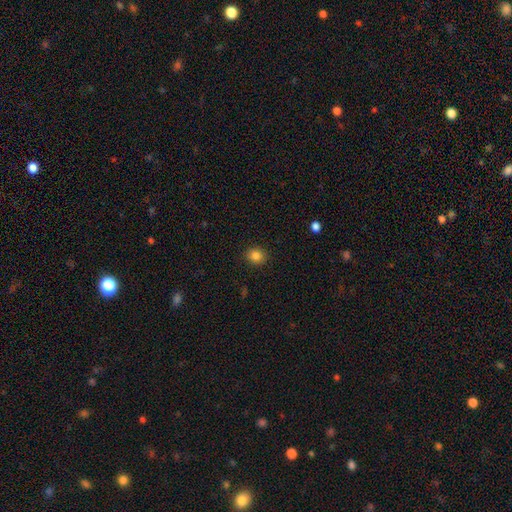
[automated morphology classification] A smooth galaxy with no disk features (84%) that is round (77%). Merging: none (91%).